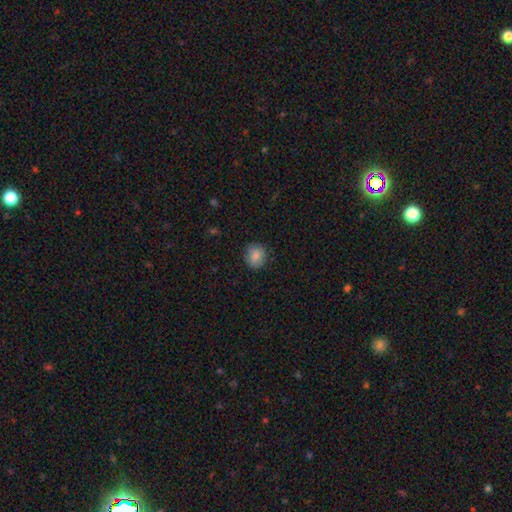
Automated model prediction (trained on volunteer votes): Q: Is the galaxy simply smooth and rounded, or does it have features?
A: smooth — 85%.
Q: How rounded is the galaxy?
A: round — 80%.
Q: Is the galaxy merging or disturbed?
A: none — 86%.